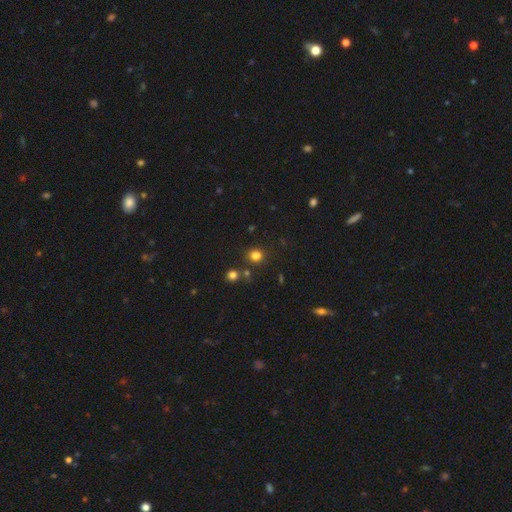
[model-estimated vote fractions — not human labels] Q: Smooth or featured?
A: smooth (80%); runner-up: star or artifact (16%)
Q: How rounded?
A: round (82%); runner-up: in between (17%)
Q: Merging?
A: none (81%); runner-up: minor disturbance (8%)